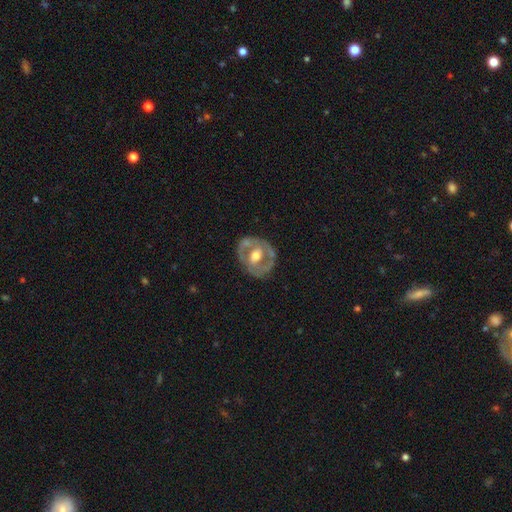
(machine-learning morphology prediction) This is likely a featured or disk galaxy (71%). It is clearly not viewed edge-on (95%). Bar: possibly no (49%). Spiral arm pattern: possibly no (58%). Central bulge: likely moderate (70%). Merging: likely none (68%).